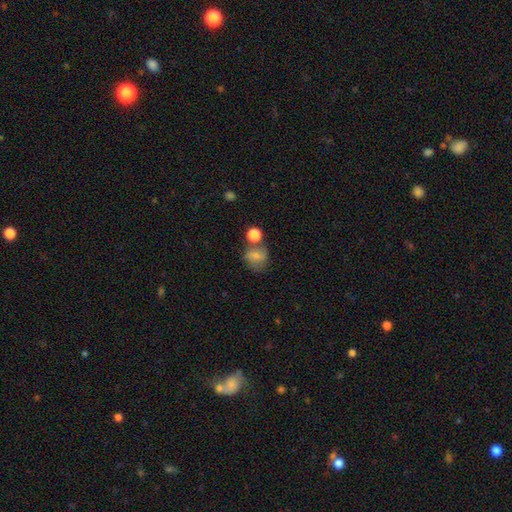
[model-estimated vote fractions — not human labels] A smooth galaxy with no disk features (75%) that is round (69%).

Vote fractions:
- Smooth or featured? smooth: 75% / featured or disk: 13% / star or artifact: 12%
- How rounded? round: 69% / in between: 30% / cigar-shaped: 1%
- Merging? none: 51% / merger: 24% / minor disturbance: 17% / major disturbance: 8%